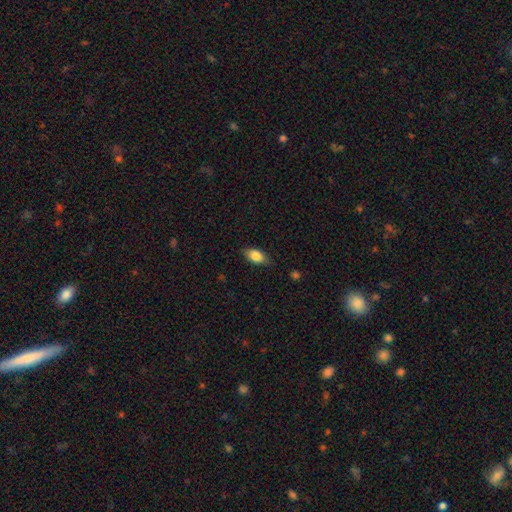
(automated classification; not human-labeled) Smooth or featured? Predicted: smooth (p=0.82). How rounded? Predicted: in between (p=0.87). Merging? Predicted: none (p=0.80).